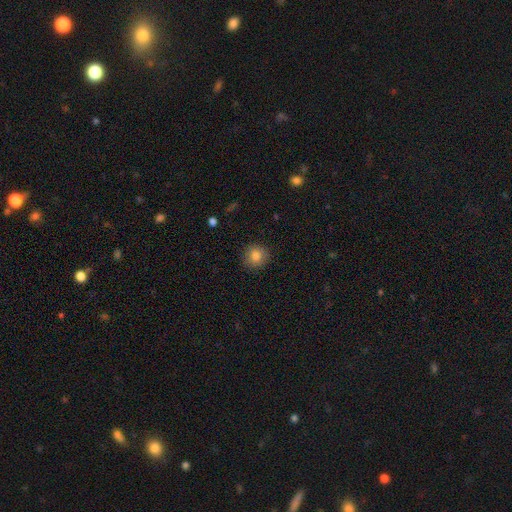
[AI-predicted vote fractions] Morphology: type=smooth (84%); roundness=round (91%); merging=none (89%).